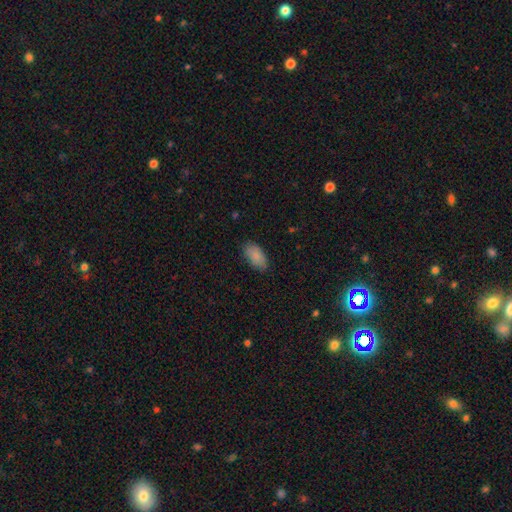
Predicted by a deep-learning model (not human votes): This appears to be a smooth galaxy with no disk features (88%) that is in between round and cigar-shaped (93%). Merging: none (81%).